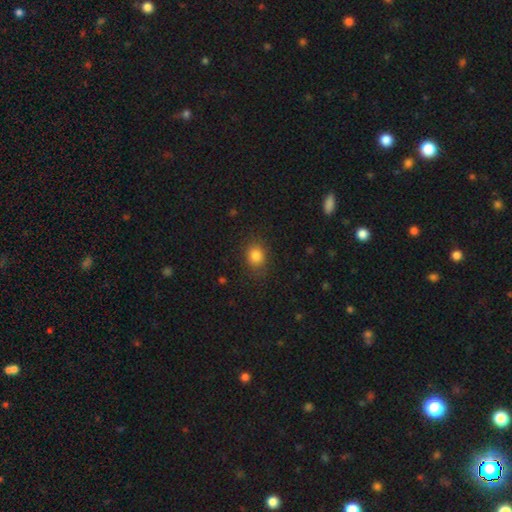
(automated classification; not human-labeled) smooth 84%, star or artifact 11%, featured or disk 5%. Down the decision tree: how rounded — round (54%); merging — none (82%).